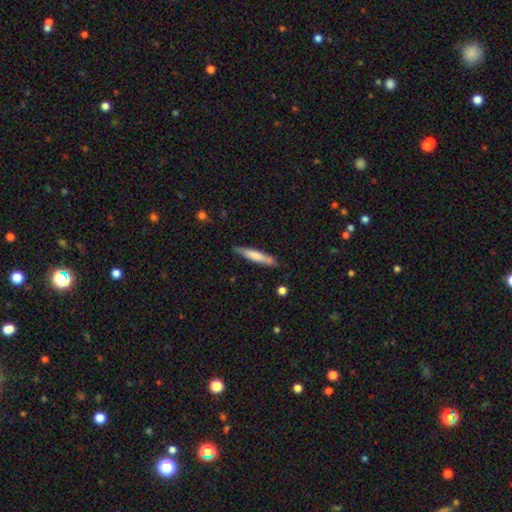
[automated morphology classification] smooth-or-featured: smooth: 68% | featured or disk: 27% | star or artifact: 6%
  how-rounded: cigar-shaped: 89% | in between: 10% | round: 1%
  merging: none: 79% | minor disturbance: 16% | merger: 3% | major disturbance: 3%